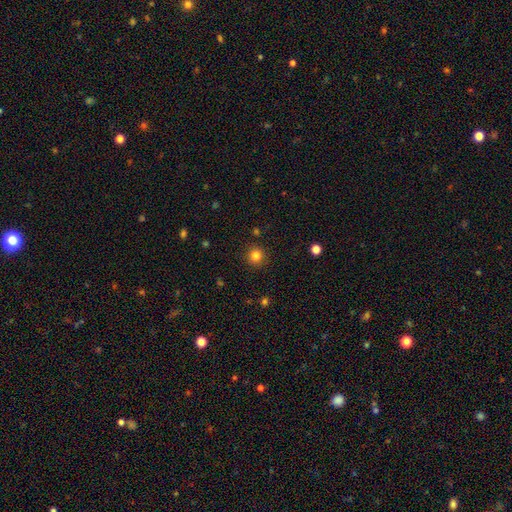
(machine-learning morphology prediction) Q: Smooth or featured?
A: smooth (82%); runner-up: star or artifact (13%)
Q: How rounded?
A: round (93%); runner-up: in between (6%)
Q: Merging?
A: none (91%); runner-up: minor disturbance (6%)